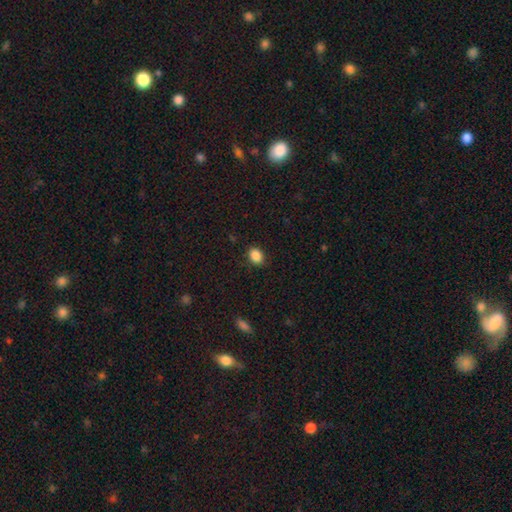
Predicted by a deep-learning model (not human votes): smooth 87%, star or artifact 9%, featured or disk 3%. Down the decision tree: how rounded — in between (63%); merging — none (87%).